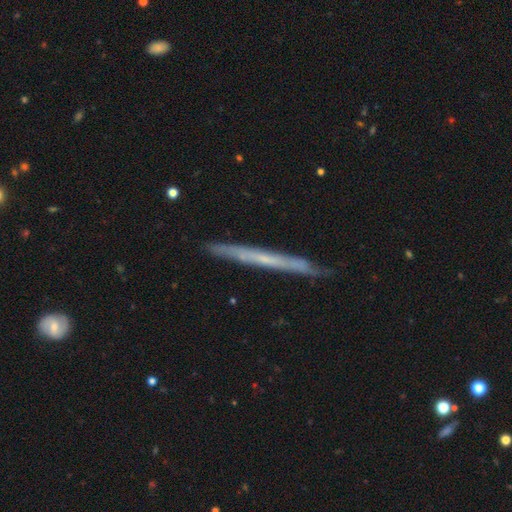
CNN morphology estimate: A featured or disk galaxy (59%) viewed edge-on (95%) with no central bulge (85%). Merging: none (87%).